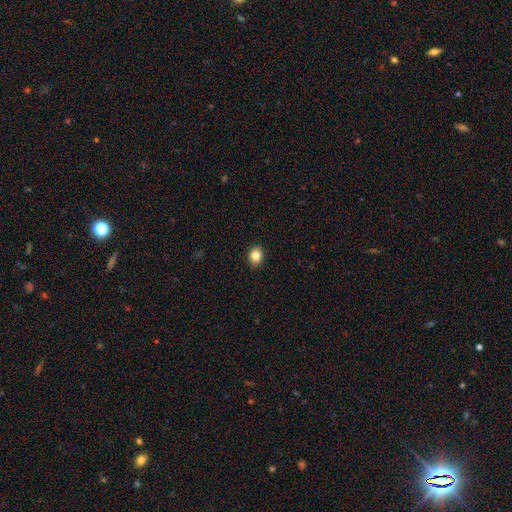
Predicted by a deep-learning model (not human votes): smooth_or_featured: smooth (p=0.84) [alt: star or artifact p=0.10]
how_rounded: in between (p=0.56) [alt: round p=0.43]
merging: none (p=0.90) [alt: minor disturbance p=0.07]